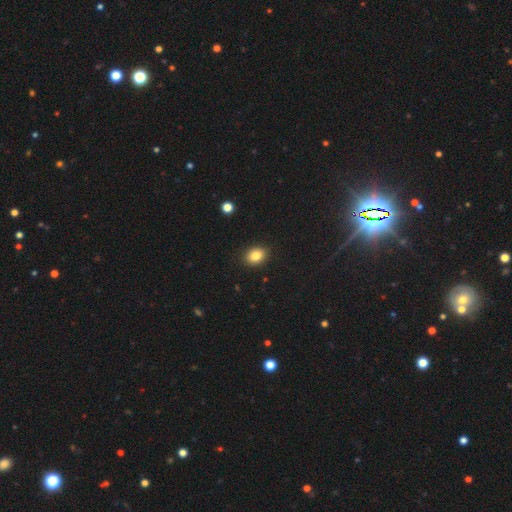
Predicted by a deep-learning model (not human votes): The model was most divided on "how rounded": in between: 64%, round: 35%, cigar-shaped: 1%. More confident: merging — none (89%); smooth or featured — smooth (84%).